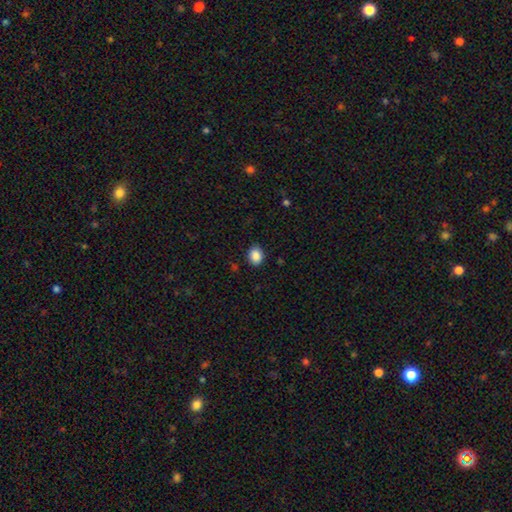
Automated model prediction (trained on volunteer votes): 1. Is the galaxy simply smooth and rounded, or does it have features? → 87% smooth, 9% star or artifact, 4% featured or disk.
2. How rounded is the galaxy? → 54% in between, 45% round, 1% cigar-shaped.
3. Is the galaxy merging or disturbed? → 88% none, 9% minor disturbance, 2% major disturbance, 1% merger.